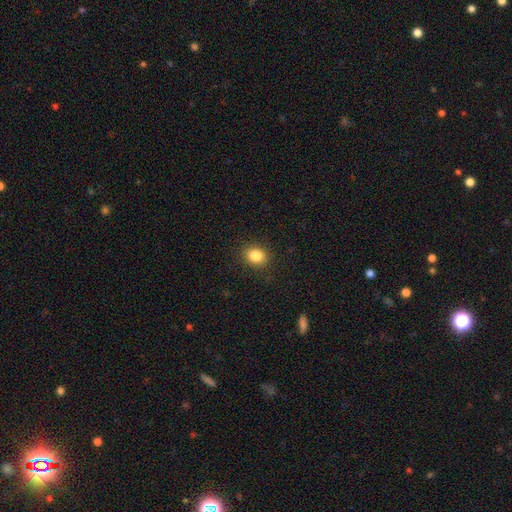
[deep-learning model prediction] smooth-or-featured: smooth: 85% | star or artifact: 10% | featured or disk: 5%
  how-rounded: round: 54% | in between: 45% | cigar-shaped: 1%
  merging: none: 89% | minor disturbance: 8% | major disturbance: 2% | merger: 1%